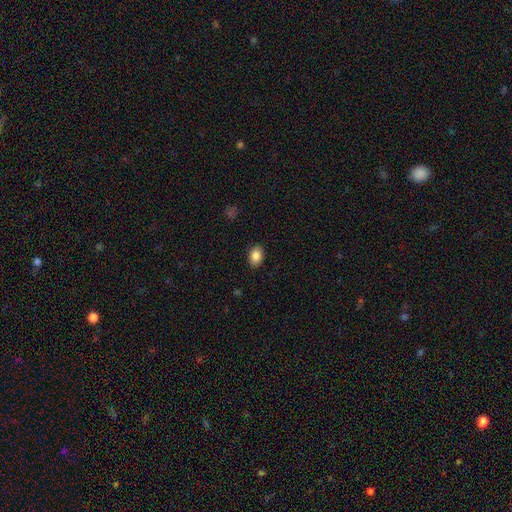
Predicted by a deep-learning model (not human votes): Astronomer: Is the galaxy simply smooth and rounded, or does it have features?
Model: smooth — 85%.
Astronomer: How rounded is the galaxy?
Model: in between — 79%.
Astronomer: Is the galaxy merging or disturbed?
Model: none — 88%.